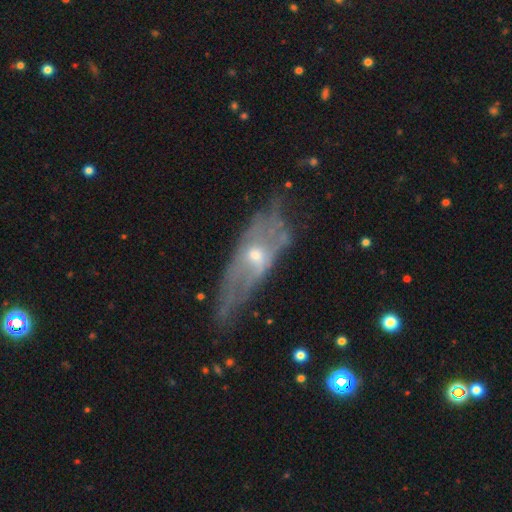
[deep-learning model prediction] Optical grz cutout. It shows a featured or disk galaxy (67%). Merging: none (45%).